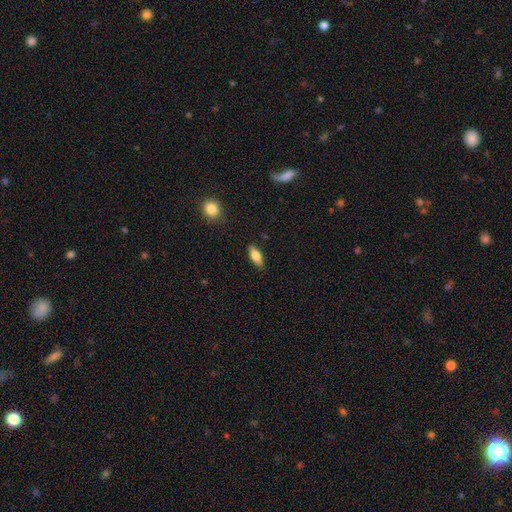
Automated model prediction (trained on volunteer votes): smooth_or_featured: smooth (p=0.72) [alt: featured or disk p=0.21]
how_rounded: in between (p=0.73) [alt: cigar-shaped p=0.24]
merging: none (p=0.85) [alt: minor disturbance p=0.12]